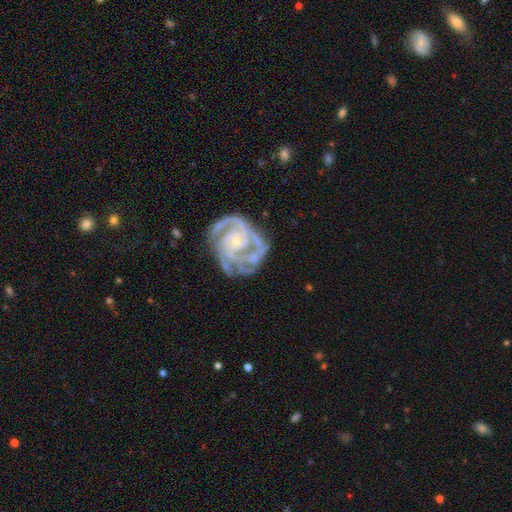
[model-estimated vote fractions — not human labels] smooth-or-featured: featured or disk: 91% | star or artifact: 5% | smooth: 4%
  disk-edge-on: no: 98% | yes: 2%
    bar: no: 67% | weak: 24% | strong: 9%
    has-spiral-arms: yes: 98% | no: 2%
      spiral-winding: tight: 60% | medium: 35% | loose: 5%
      spiral-arm-count: 3: 41% | 2: 22% | 4: 13% | can't tell: 12% | more than 4: 6% | 1: 6%
    bulge-size: small: 78% | moderate: 16% | none: 4% | large: 1% | dominant: 1%
  merging: none: 56% | minor disturbance: 23% | major disturbance: 16% | merger: 6%